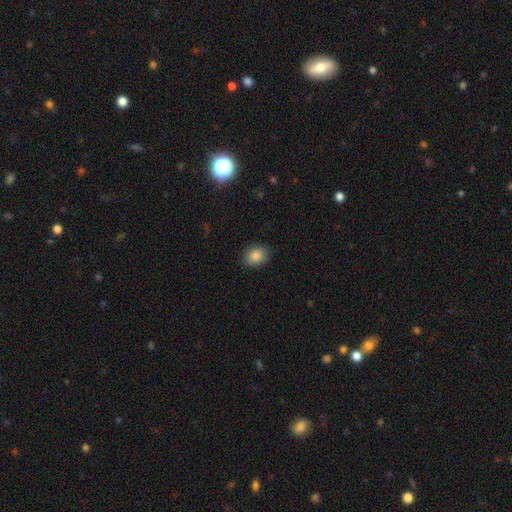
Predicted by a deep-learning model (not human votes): Smooth or featured: smooth — 86% (star or artifact — 9%)
How rounded: in between — 60% (round — 39%)
Merging: none — 88% (minor disturbance — 9%)